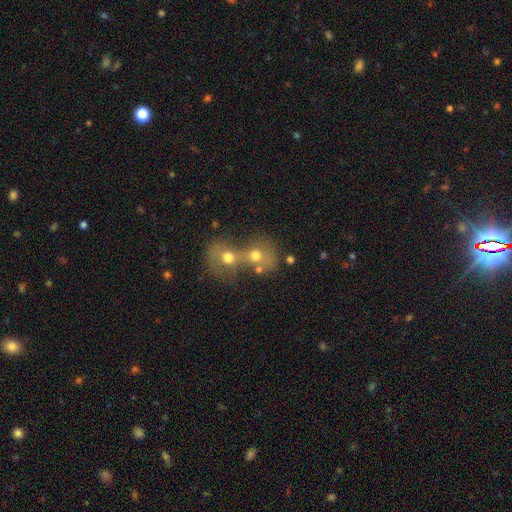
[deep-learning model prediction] A smooth galaxy with no disk features (63%) that is round (67%).

Vote fractions:
- Smooth or featured? smooth: 63% / featured or disk: 23% / star or artifact: 14%
- How rounded? round: 67% / in between: 31% / cigar-shaped: 1%
- Merging? merger: 74% / none: 15% / major disturbance: 6% / minor disturbance: 5%